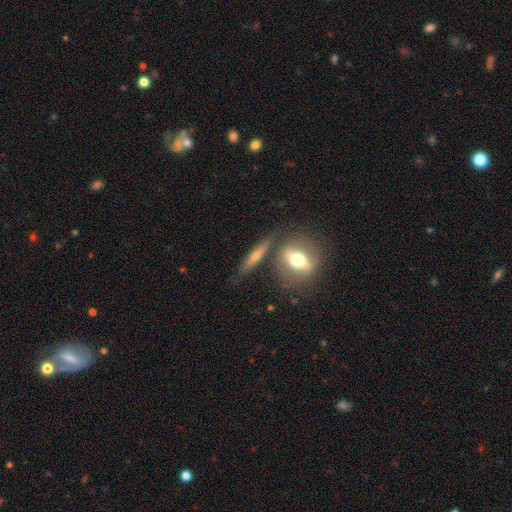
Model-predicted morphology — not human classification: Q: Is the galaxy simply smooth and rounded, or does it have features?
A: featured or disk — 49%.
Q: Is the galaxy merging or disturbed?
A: none — 70%.